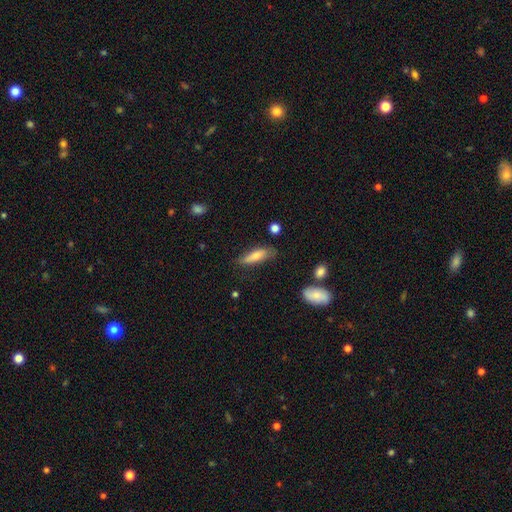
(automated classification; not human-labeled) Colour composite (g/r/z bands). It shows a smooth galaxy with no disk features (63%) that is cigar-shaped (57%). Merging: none (71%).